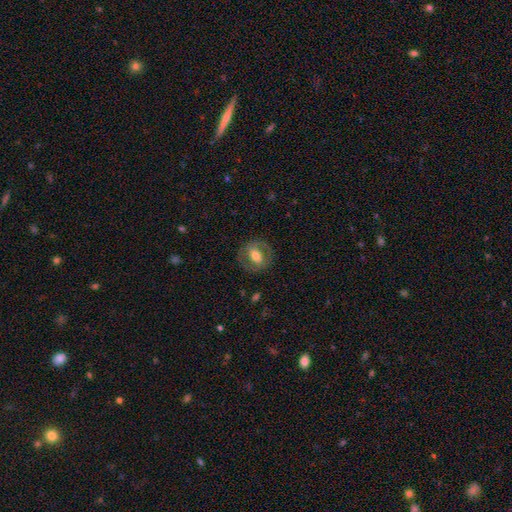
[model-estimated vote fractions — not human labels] A featured or disk galaxy (48%). Merging: none (80%).